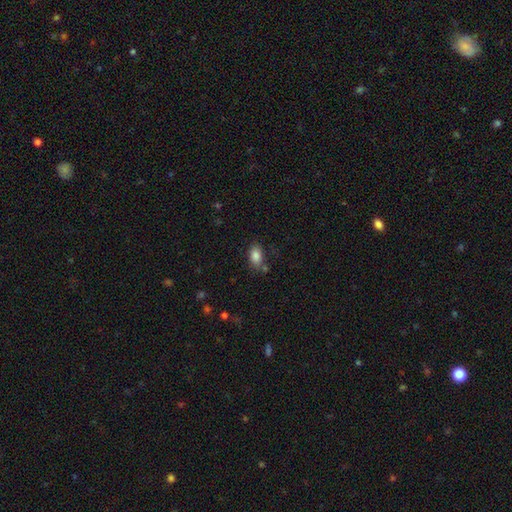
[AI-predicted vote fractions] Morphology: type=smooth (86%); roundness=in between (88%); merging=none (72%).